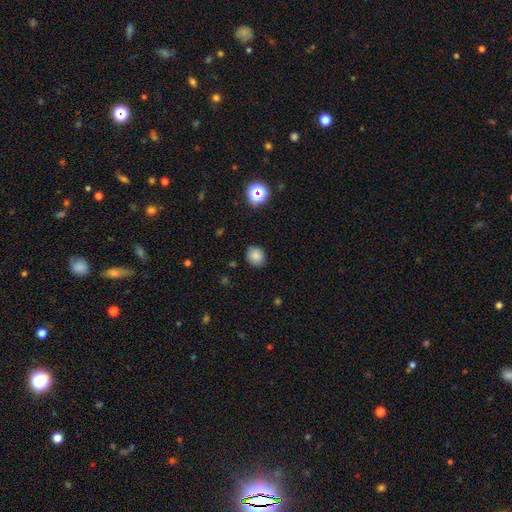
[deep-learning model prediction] Overall: smooth (82%). How rounded: round (71%). Merging: none (86%).